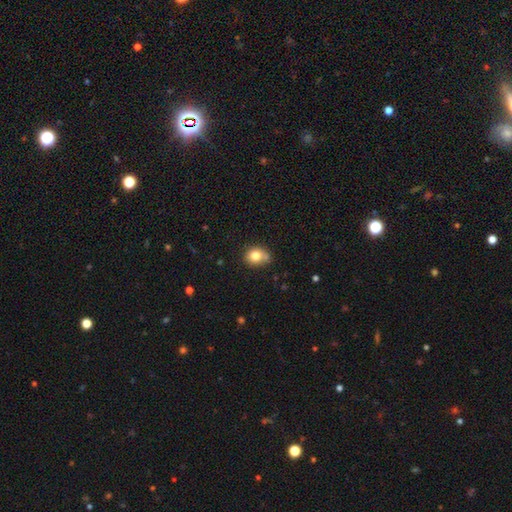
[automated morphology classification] smooth-or-featured: smooth: 80% | star or artifact: 10% | featured or disk: 10%
  how-rounded: round: 66% | in between: 33% | cigar-shaped: 1%
  merging: none: 64% | minor disturbance: 19% | merger: 12% | major disturbance: 4%